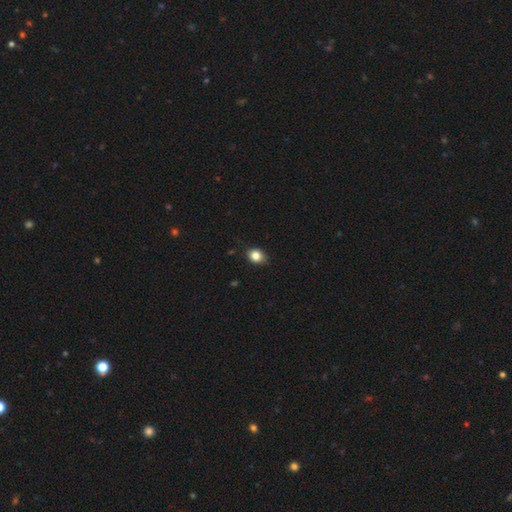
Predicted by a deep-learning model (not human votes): smooth_or_featured: smooth (p=0.84) [alt: star or artifact p=0.10]
how_rounded: round (p=0.58) [alt: in between p=0.41]
merging: none (p=0.82) [alt: minor disturbance p=0.15]